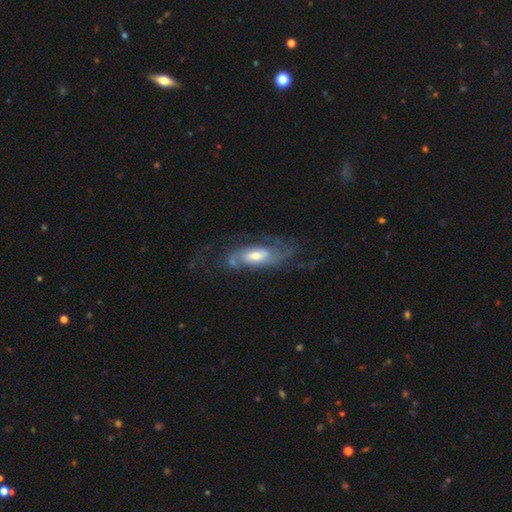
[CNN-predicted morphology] featured or disk 77%, smooth 16%, star or artifact 7%. Down the decision tree: edge-on disk — no (83%); bar — no (57%); spiral arms — yes (86%); spiral arm count — 2 (44%); spiral winding — medium (44%); bulge size — moderate (59%); merging — none (62%).